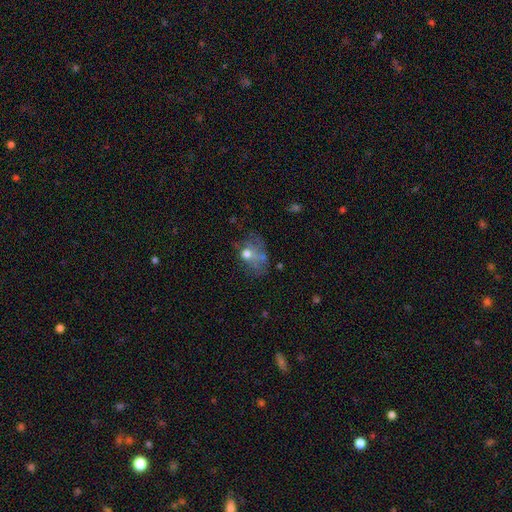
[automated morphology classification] Smooth or featured?
  - smooth: 46% *
  - featured or disk: 37%
  - star or artifact: 17%
Merging?
  - none: 34% *
  - major disturbance: 32%
  - minor disturbance: 22%
  - merger: 12%